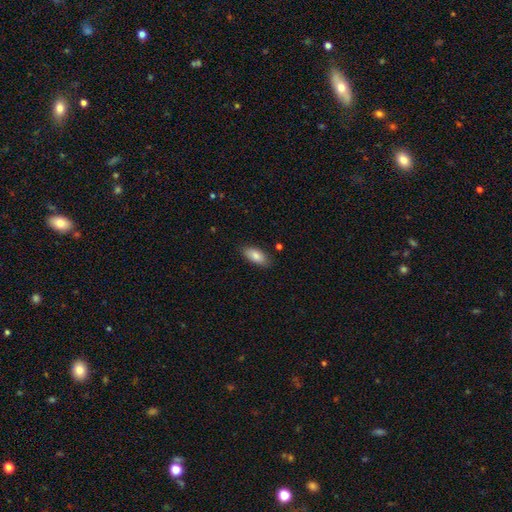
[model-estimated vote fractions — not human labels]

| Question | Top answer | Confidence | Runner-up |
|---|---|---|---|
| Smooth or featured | smooth | 85% | featured or disk (9%) |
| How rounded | in between | 89% | cigar-shaped (9%) |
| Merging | none | 84% | minor disturbance (12%) |